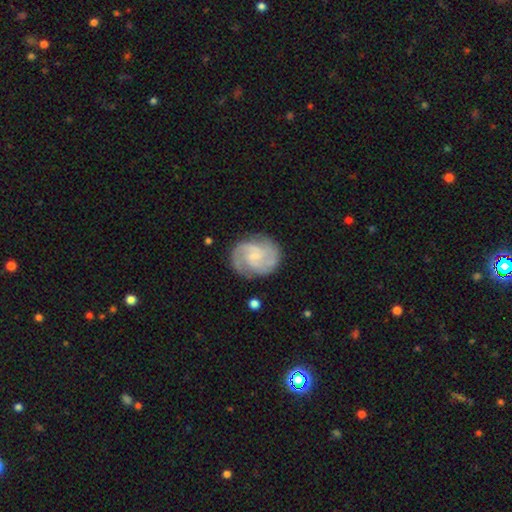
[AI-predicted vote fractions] A featured or disk galaxy (83%) with no bar (52%), 2 (47%) medium (45%) spiral arms (97%) and a small central bulge (60%).

Vote fractions:
- Smooth or featured? featured or disk: 83% / smooth: 12% / star or artifact: 5%
- Edge-on disk? no: 98% / yes: 2%
- Bar? no: 52% / weak: 42% / strong: 6%
- Spiral arms? yes: 97% / no: 3%
- Spiral winding? medium: 45% / tight: 44% / loose: 11%
- Spiral arm count? 2: 47% / 3: 28% / can't tell: 13% / 4: 5% / 1: 4% / more than 4: 4%
- Bulge size? small: 60% / moderate: 20% / none: 17% / large: 2% / dominant: 1%
- Merging? none: 78% / minor disturbance: 15% / major disturbance: 5% / merger: 1%